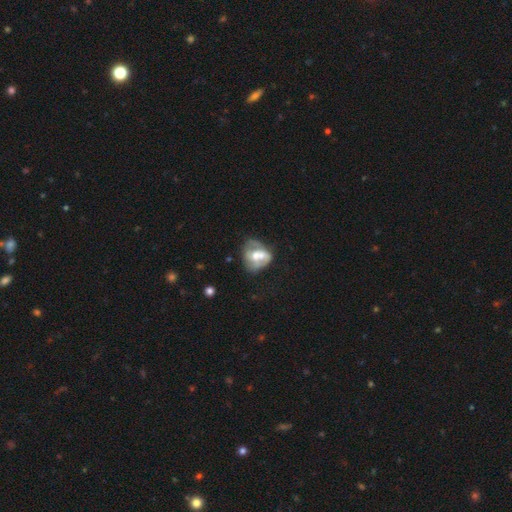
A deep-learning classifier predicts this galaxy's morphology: A featured or disk galaxy (51%). Merging: merger (40%).